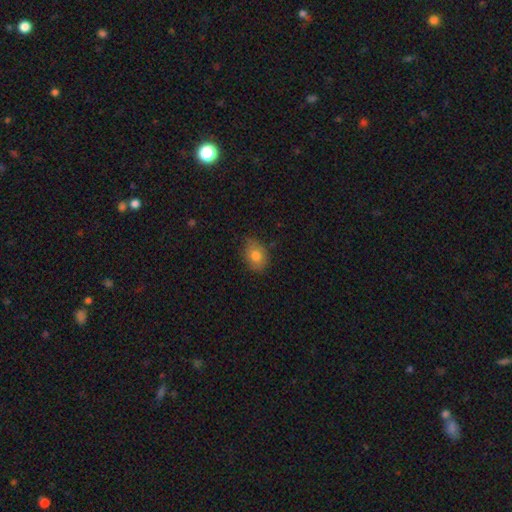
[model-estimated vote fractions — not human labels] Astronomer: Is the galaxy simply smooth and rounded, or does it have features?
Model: smooth — 79%.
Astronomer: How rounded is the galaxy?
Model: in between — 66%.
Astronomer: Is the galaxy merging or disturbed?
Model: none — 74%.